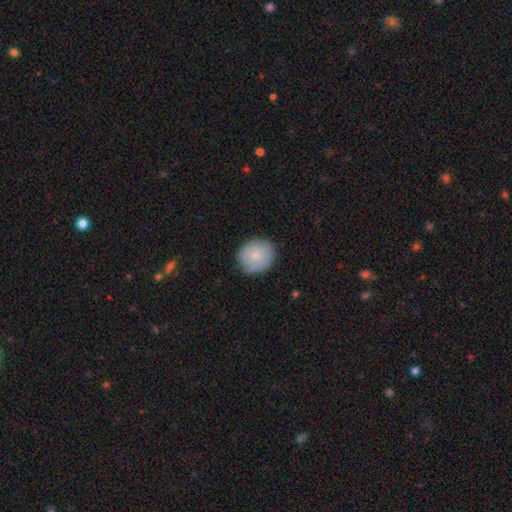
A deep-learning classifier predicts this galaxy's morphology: Smooth or featured? Predicted: smooth (p=0.77). How rounded? Predicted: round (p=0.84). Merging? Predicted: none (p=0.78).